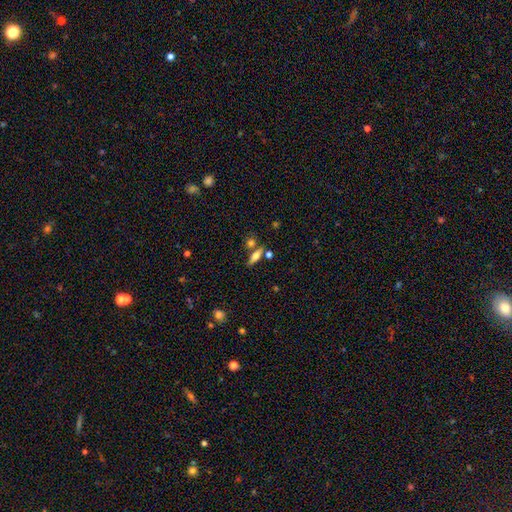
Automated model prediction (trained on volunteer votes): This is likely a smooth galaxy (61%). How rounded: possibly in between (48%). Merging: likely none (64%).